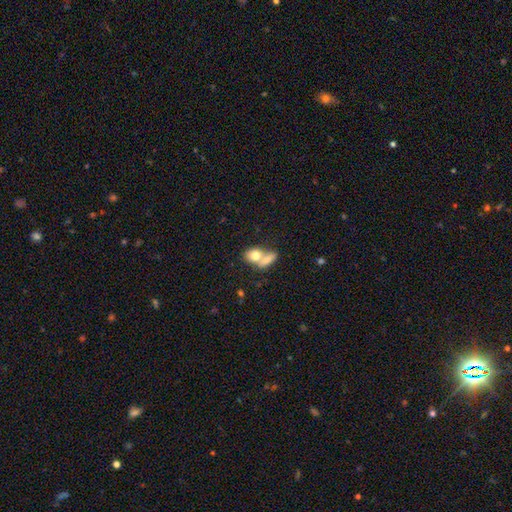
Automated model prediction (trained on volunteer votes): Smooth or featured? Predicted: smooth (p=0.75). How rounded? Predicted: in between (p=0.64). Merging? Predicted: merger (p=0.67).